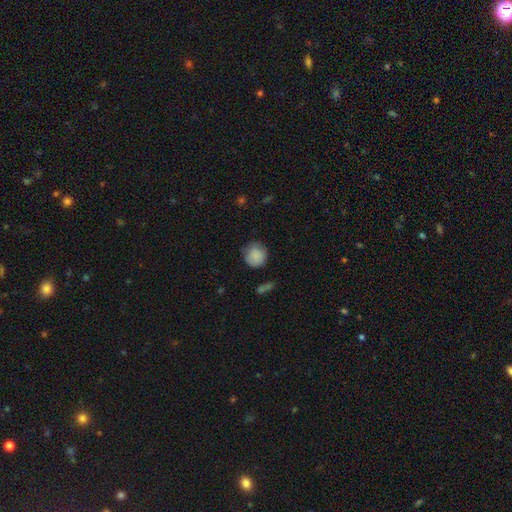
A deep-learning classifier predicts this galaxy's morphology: Smooth or featured? smooth (84%)
How rounded? round (88%)
Merging? none (68%)